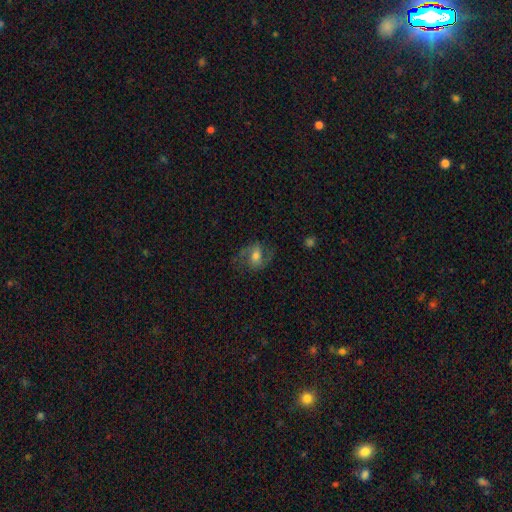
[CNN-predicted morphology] Smooth or featured? featured or disk (68%)
Edge-on disk? no (97%)
Bar? no (42%, tied with weak)
Spiral arms? yes (90%)
Spiral winding? medium (53%)
Spiral arm count? 2 (89%)
Bulge size? moderate (61%)
Merging? none (69%)